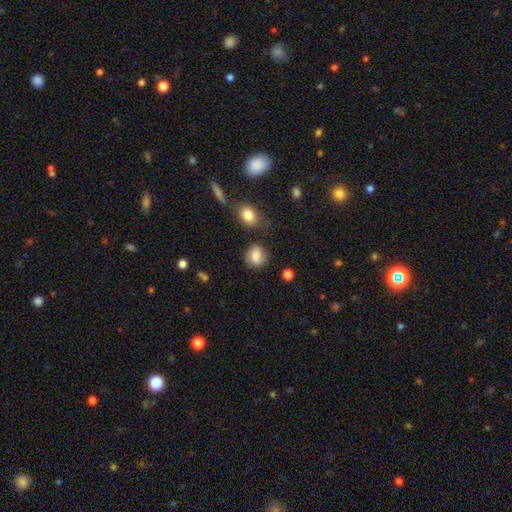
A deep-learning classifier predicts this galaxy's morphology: A smooth galaxy with no disk features (75%) that is round (70%).

Vote fractions:
- Smooth or featured? smooth: 75% / featured or disk: 16% / star or artifact: 9%
- How rounded? round: 70% / in between: 29% / cigar-shaped: 1%
- Merging? none: 72% / minor disturbance: 17% / major disturbance: 5% / merger: 5%